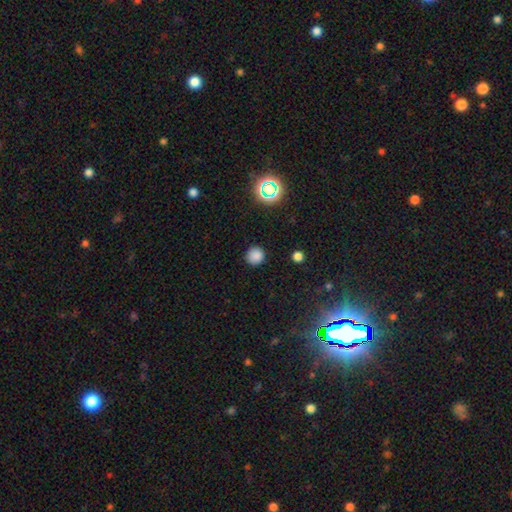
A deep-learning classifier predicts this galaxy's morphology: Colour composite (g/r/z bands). It shows a smooth galaxy with no disk features (82%) that is round (93%). Merging: none (89%).